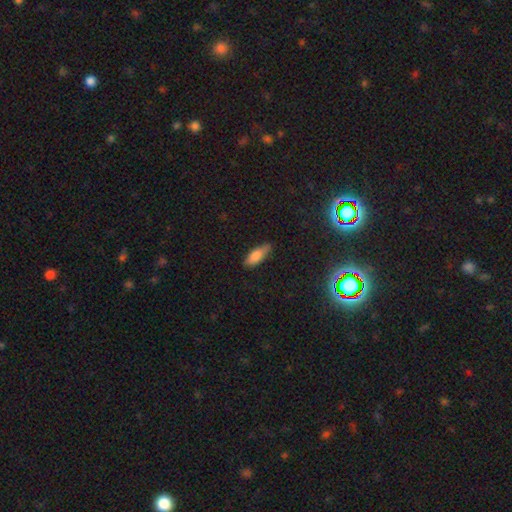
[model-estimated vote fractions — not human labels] smooth 81%, featured or disk 12%, star or artifact 7%. Down the decision tree: how rounded — in between (64%); merging — none (74%).